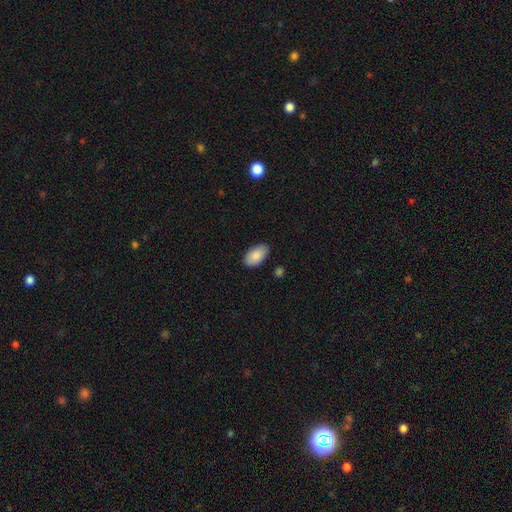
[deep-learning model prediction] A smooth galaxy with no disk features (86%) that is in between round and cigar-shaped (95%).

Vote fractions:
- Smooth or featured? smooth: 86% / featured or disk: 8% / star or artifact: 6%
- How rounded? in between: 95% / round: 3% / cigar-shaped: 2%
- Merging? none: 85% / minor disturbance: 11% / major disturbance: 2% / merger: 2%